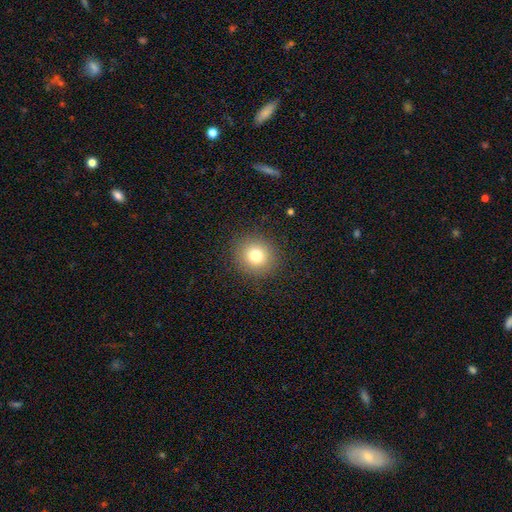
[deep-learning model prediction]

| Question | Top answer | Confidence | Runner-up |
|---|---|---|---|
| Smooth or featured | smooth | 79% | star or artifact (12%) |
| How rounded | round | 88% | in between (11%) |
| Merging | none | 89% | minor disturbance (7%) |